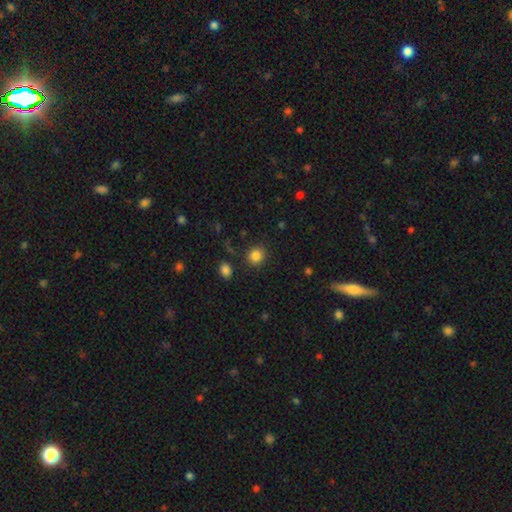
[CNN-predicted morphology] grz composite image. It shows a smooth galaxy with no disk features (85%) that is round (86%). Merging: none (86%).